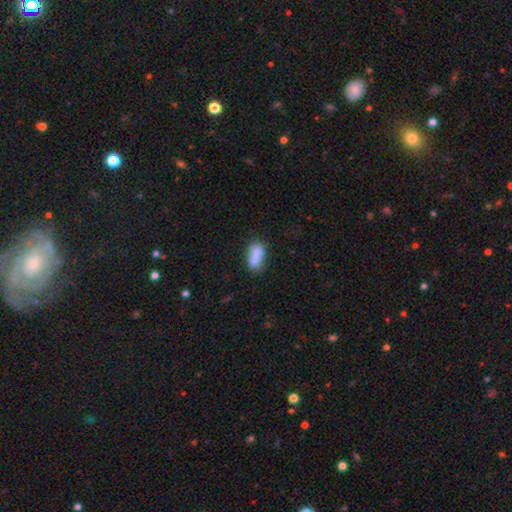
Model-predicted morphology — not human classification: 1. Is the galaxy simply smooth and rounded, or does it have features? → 77% smooth, 14% featured or disk, 9% star or artifact.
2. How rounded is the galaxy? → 81% in between, 12% cigar-shaped, 7% round.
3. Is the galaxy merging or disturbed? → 45% none, 30% merger, 18% minor disturbance, 7% major disturbance.